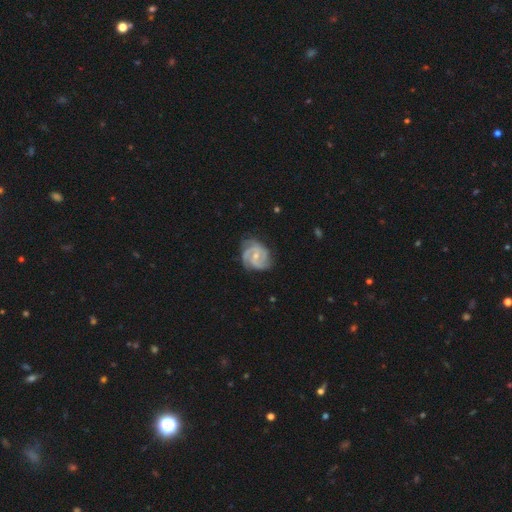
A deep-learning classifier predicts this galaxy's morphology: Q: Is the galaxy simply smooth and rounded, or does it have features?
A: featured or disk — 90%.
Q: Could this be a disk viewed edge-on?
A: no — 98%.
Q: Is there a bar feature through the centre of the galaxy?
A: no — 49%.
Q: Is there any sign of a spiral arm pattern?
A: yes — 98%.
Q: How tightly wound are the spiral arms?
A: tight — 56%.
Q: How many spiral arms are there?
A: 3 — 55%.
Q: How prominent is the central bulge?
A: small — 57%.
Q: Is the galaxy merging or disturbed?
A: none — 71%.